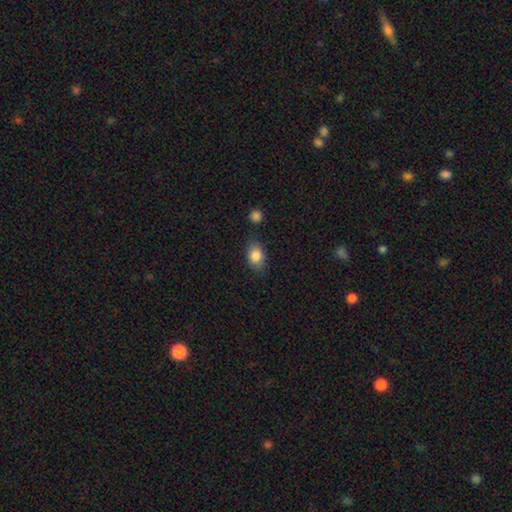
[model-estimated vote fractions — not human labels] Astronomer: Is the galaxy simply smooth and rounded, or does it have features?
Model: smooth — 85%.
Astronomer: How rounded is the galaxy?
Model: in between — 74%.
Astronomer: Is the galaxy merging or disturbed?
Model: none — 76%.